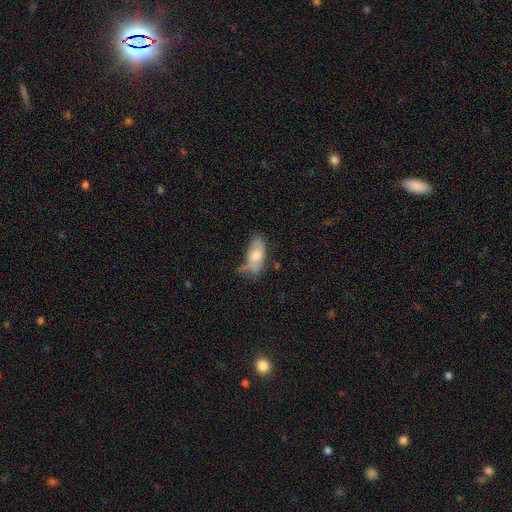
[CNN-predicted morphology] type=smooth (57%); roundness=in between (85%); merging=none (48%).